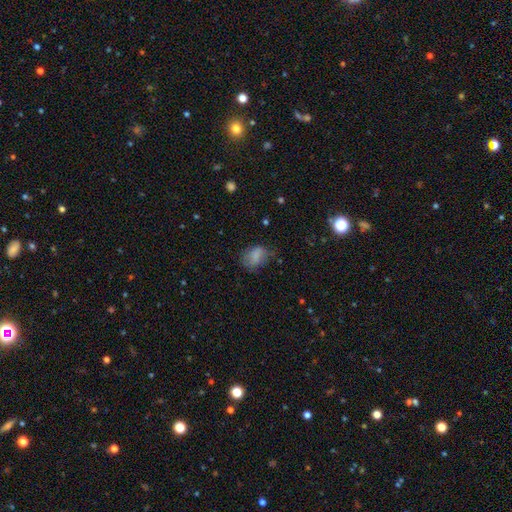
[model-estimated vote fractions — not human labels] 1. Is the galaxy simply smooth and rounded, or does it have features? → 75% smooth, 14% featured or disk, 10% star or artifact.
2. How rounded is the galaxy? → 68% in between, 31% round, 1% cigar-shaped.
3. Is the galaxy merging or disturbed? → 54% none, 30% minor disturbance, 14% major disturbance, 2% merger.